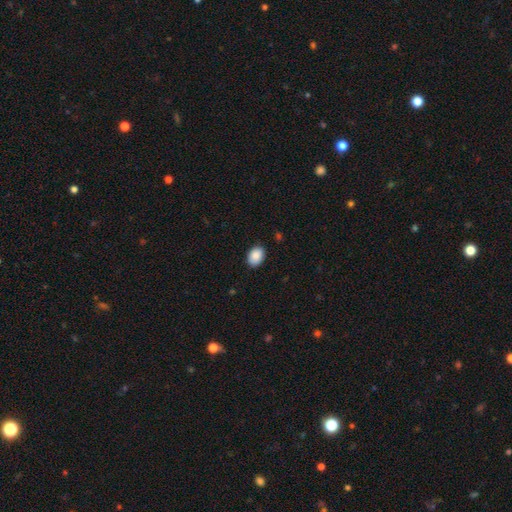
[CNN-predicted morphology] Smooth or featured?
  - smooth: 89% *
  - star or artifact: 7%
  - featured or disk: 4%
How rounded?
  - in between: 80% *
  - round: 19%
  - cigar-shaped: 1%
Merging?
  - none: 86% *
  - minor disturbance: 11%
  - major disturbance: 2%
  - merger: 1%